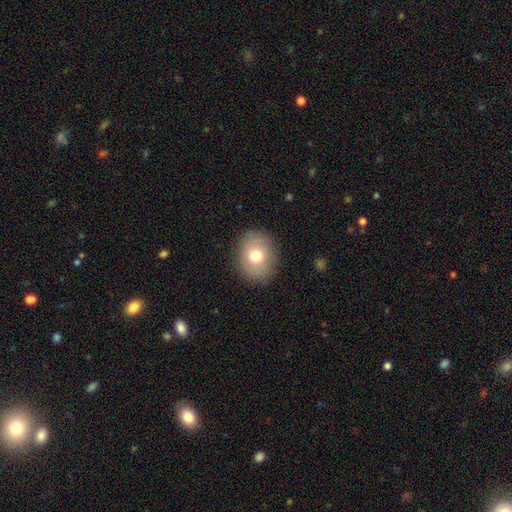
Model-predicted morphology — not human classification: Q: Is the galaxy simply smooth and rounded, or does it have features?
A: smooth — 74%.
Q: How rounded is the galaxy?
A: in between — 50%.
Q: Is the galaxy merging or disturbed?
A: none — 88%.